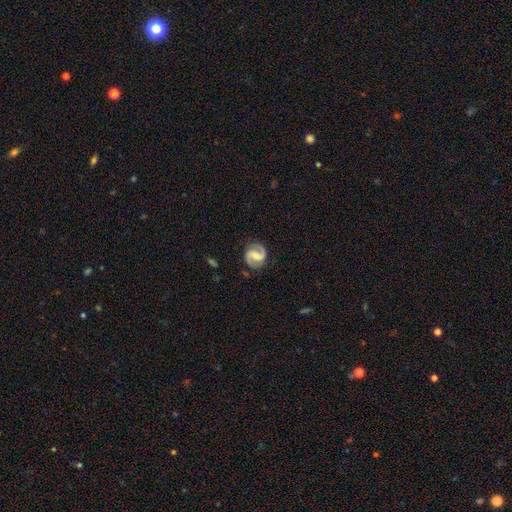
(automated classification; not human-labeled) Smooth or featured: featured or disk — 84% (smooth — 11%)
Edge-on disk: no — 98% (yes — 2%)
Bar: weak — 50% (strong — 28%)
Spiral arms: yes — 96% (no — 4%)
Spiral winding: medium — 52% (tight — 25%)
Spiral arm count: 2 — 92% (can't tell — 3%)
Bulge size: moderate — 43% (small — 39%)
Merging: none — 85% (minor disturbance — 11%)